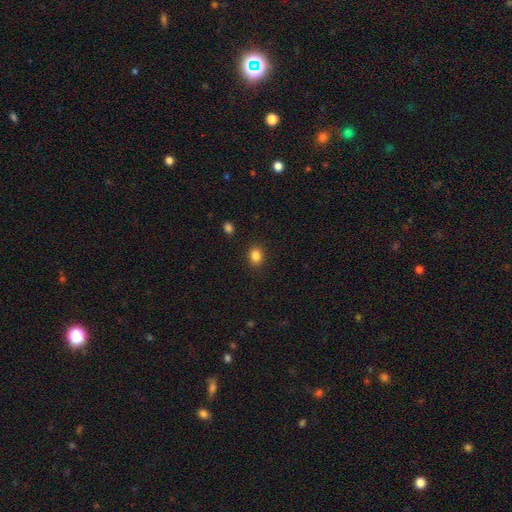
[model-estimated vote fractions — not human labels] smooth-or-featured: smooth: 85% | star or artifact: 11% | featured or disk: 4%
  how-rounded: round: 56% | in between: 43% | cigar-shaped: 1%
  merging: none: 89% | minor disturbance: 7% | major disturbance: 2% | merger: 1%